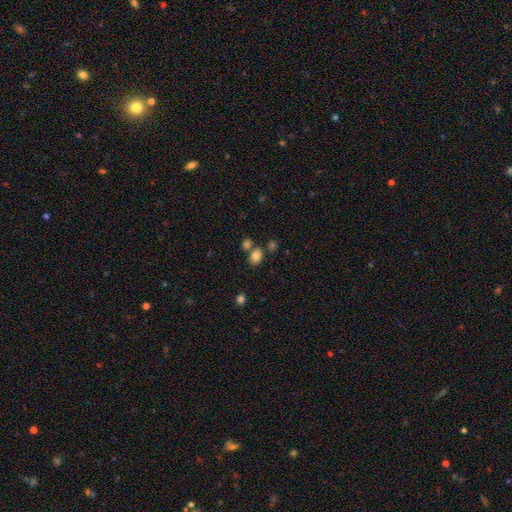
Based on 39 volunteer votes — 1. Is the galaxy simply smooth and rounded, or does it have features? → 85% smooth, 8% featured or disk, 8% star or artifact.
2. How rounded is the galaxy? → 52% round, 48% in between, 0% cigar-shaped.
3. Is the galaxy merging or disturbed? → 69% none, 17% merger, 8% minor disturbance, 6% major disturbance.